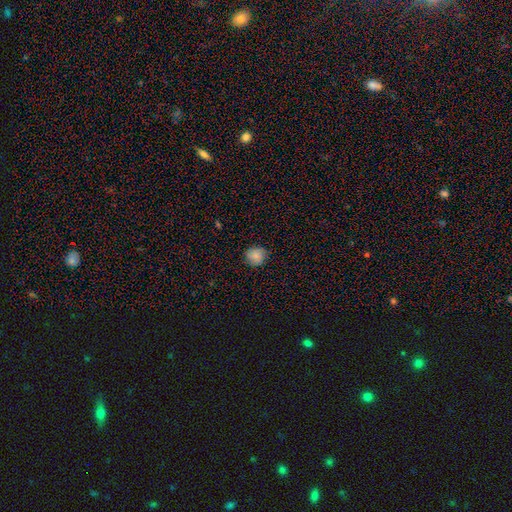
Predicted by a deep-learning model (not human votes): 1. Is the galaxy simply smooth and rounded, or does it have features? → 85% smooth, 9% star or artifact, 6% featured or disk.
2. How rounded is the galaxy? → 89% round, 10% in between, 1% cigar-shaped.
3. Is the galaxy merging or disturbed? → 84% none, 12% minor disturbance, 2% major disturbance, 1% merger.